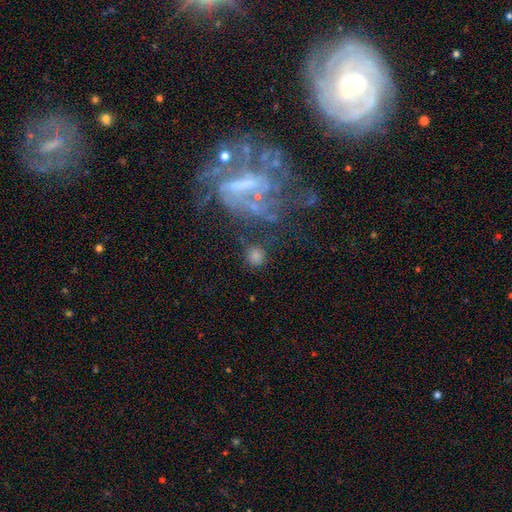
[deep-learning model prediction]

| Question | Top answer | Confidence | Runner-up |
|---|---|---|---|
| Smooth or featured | smooth | 70% | featured or disk (16%) |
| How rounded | round | 88% | in between (10%) |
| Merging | none | 69% | minor disturbance (14%) |